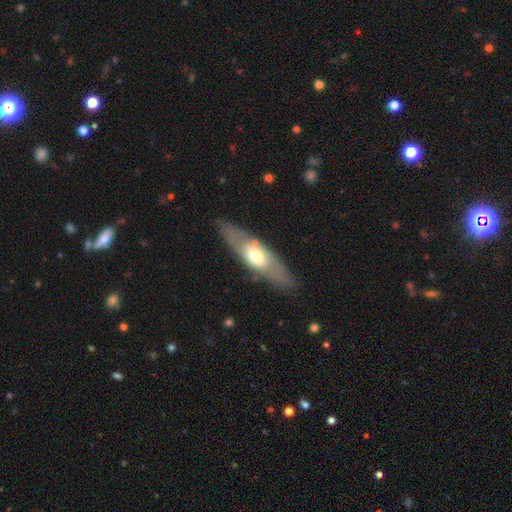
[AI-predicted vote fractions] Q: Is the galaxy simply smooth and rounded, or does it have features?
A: featured or disk — 53%.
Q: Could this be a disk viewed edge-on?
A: no — 60%.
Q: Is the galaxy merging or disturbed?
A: none — 79%.